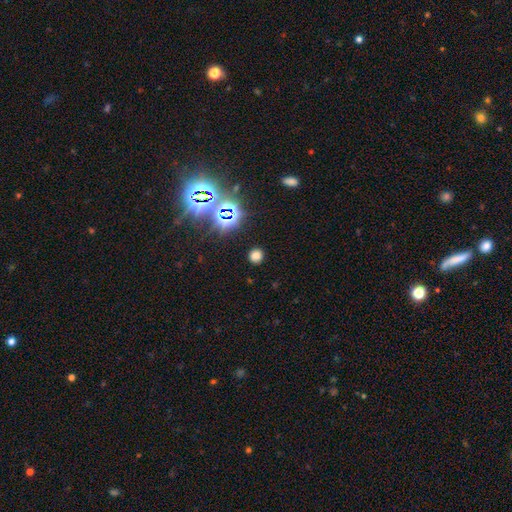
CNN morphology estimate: smooth 67%, star or artifact 28%, featured or disk 5%. Down the decision tree: how rounded — round (85%); merging — none (88%).